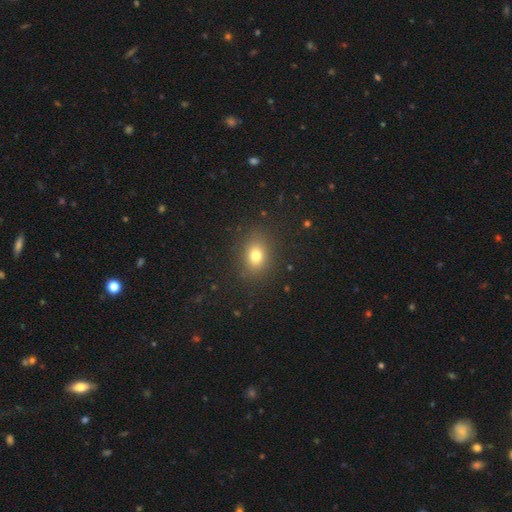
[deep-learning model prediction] This is likely a smooth galaxy (76%). How rounded: possibly in between (57%). Merging: clearly none (86%).